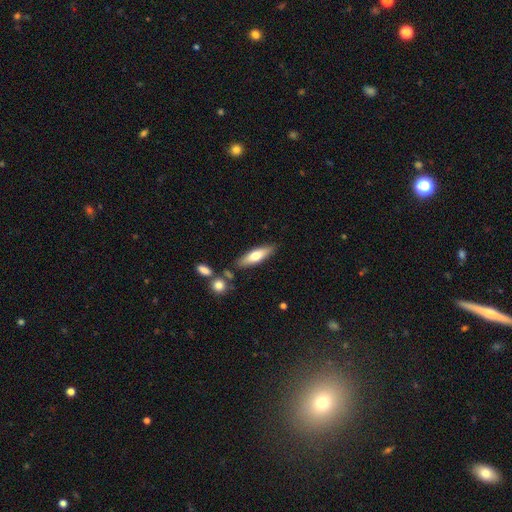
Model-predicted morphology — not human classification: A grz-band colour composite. It shows a smooth galaxy with no disk features (60%) that is cigar-shaped (63%). Merging: none (80%).